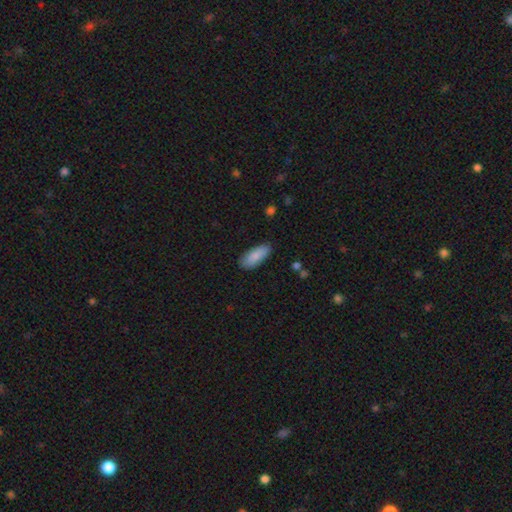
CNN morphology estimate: type=smooth (87%); roundness=in between (81%); merging=none (84%).